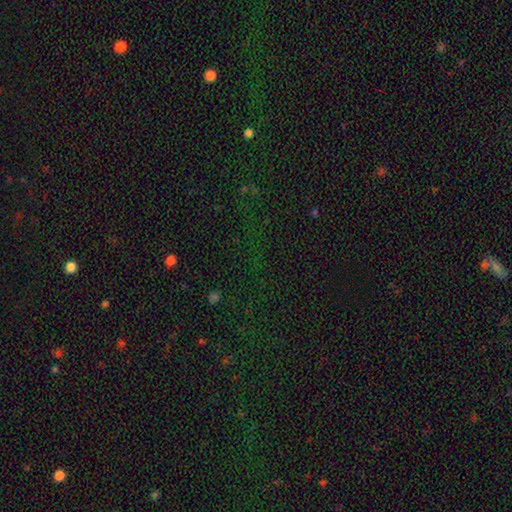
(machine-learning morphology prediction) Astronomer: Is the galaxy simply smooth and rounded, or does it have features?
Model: star or artifact — 76%.